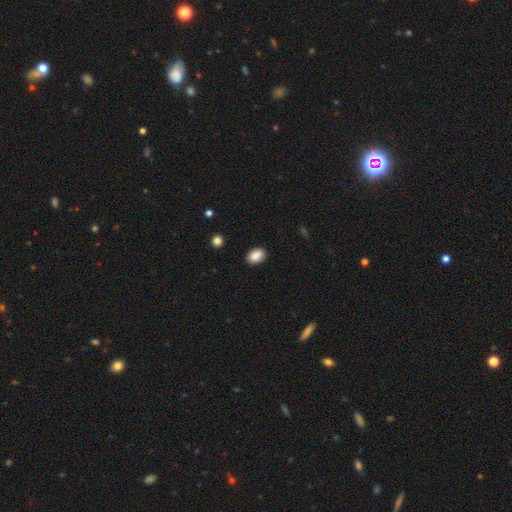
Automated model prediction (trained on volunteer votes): smooth-or-featured: smooth: 88% | star or artifact: 8% | featured or disk: 4%
  how-rounded: in between: 84% | round: 15% | cigar-shaped: 1%
  merging: none: 89% | minor disturbance: 8% | major disturbance: 2% | merger: 1%